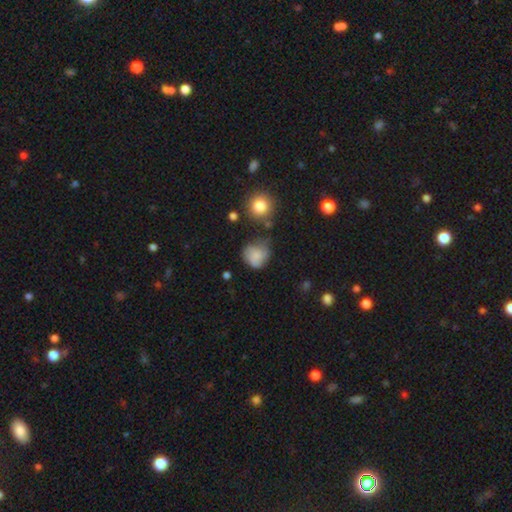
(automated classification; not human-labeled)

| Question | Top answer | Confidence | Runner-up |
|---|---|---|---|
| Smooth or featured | smooth | 75% | featured or disk (15%) |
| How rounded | round | 79% | in between (20%) |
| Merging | none | 47% | minor disturbance (31%) |